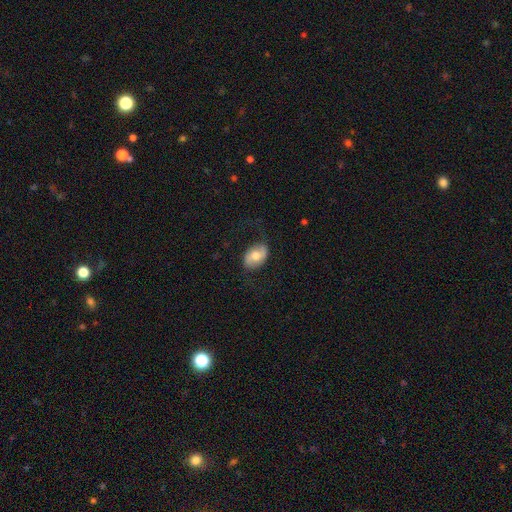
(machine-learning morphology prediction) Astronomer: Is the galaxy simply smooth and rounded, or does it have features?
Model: smooth — 52% (runner-up: featured or disk, 41%).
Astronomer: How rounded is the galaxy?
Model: in between — 82%.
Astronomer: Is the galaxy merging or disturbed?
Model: none — 71%.